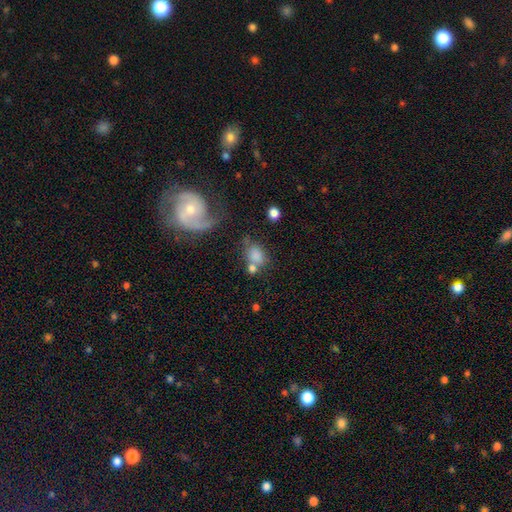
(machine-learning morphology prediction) Smooth or featured: smooth — 75% (featured or disk — 13%)
How rounded: in between — 65% (round — 33%)
Merging: none — 43% (merger — 26%)